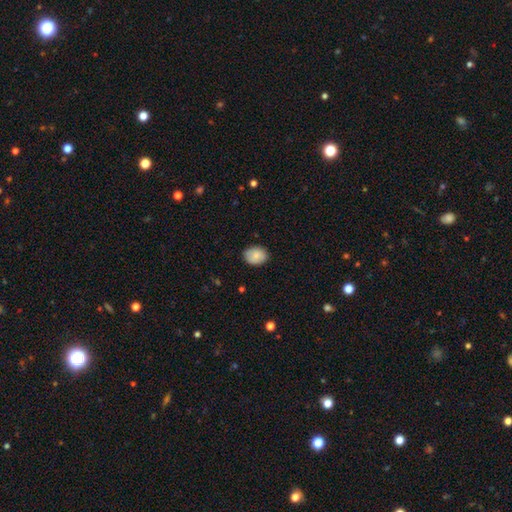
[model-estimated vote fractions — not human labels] Overall: smooth (82%). How rounded: in between (62%; round 37%). Merging: none (84%).